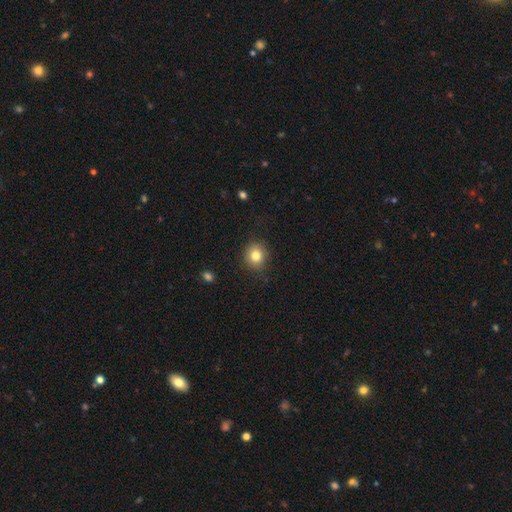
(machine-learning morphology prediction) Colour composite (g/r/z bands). It shows a smooth galaxy with no disk features (81%) that is round (83%). Merging: none (86%).